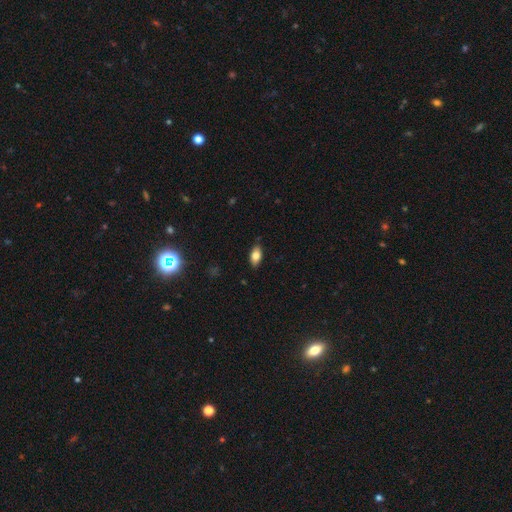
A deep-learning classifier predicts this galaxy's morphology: smooth 81%, featured or disk 10%, star or artifact 8%. Down the decision tree: how rounded — in between (91%); merging — none (84%).